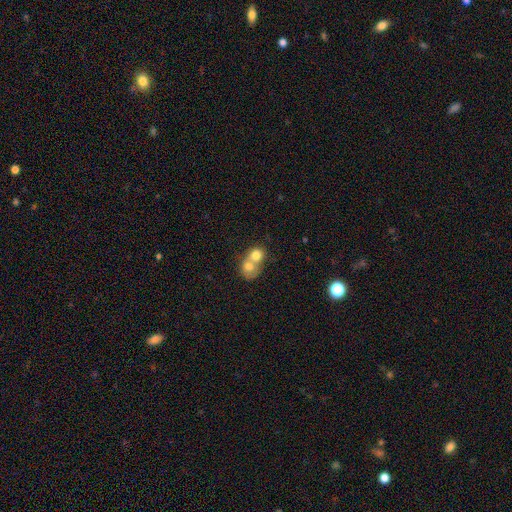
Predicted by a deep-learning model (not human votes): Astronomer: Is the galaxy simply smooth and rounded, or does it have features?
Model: smooth — 71%.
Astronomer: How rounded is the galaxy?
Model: round — 68%.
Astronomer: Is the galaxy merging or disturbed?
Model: merger — 76%.